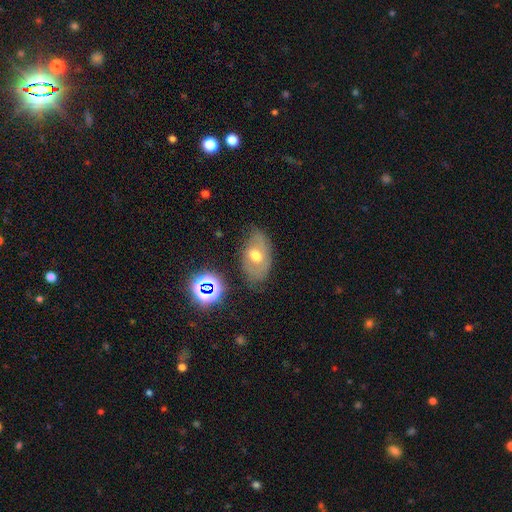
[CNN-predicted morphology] Q: Smooth or featured?
A: smooth (44%); runner-up: featured or disk (43%)
Q: Merging?
A: none (62%); runner-up: minor disturbance (25%)